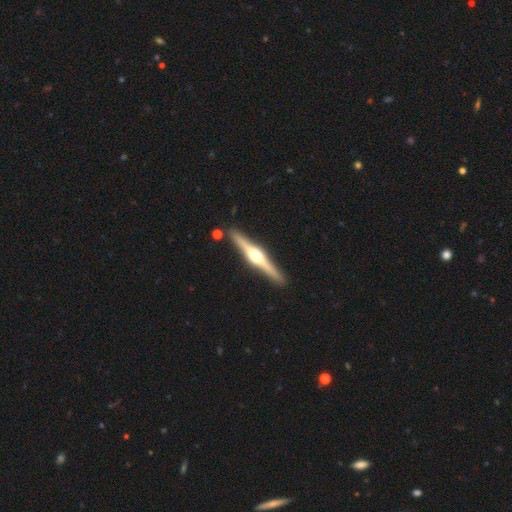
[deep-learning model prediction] A featured or disk galaxy (81%) viewed edge-on (98%) with a rounded central bulge (95%).

Vote fractions:
- Smooth or featured? featured or disk: 81% / smooth: 15% / star or artifact: 5%
- Edge-on disk? yes: 98% / no: 2%
- Edge-on bulge? rounded: 95% / boxy: 3% / none: 2%
- Merging? none: 89% / minor disturbance: 7% / merger: 3% / major disturbance: 1%